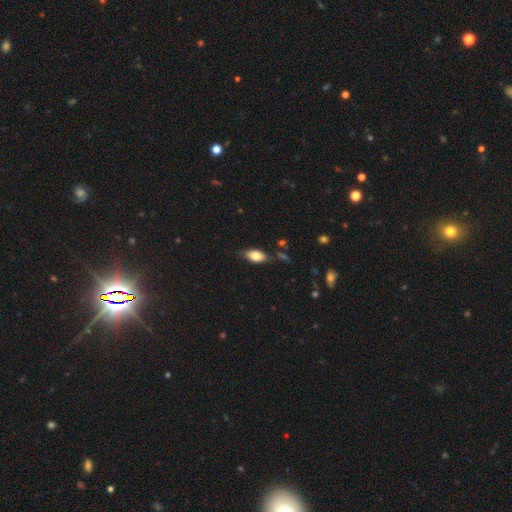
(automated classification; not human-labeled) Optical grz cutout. It shows a smooth galaxy with no disk features (77%) that is in between round and cigar-shaped (89%). Merging: none (69%).